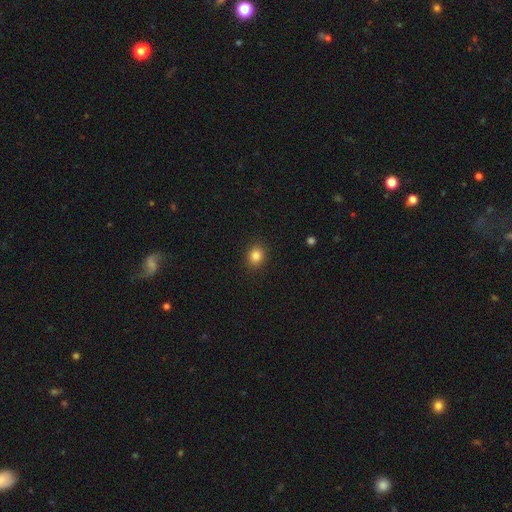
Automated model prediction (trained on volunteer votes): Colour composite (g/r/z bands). It shows a smooth galaxy with no disk features (84%) that is round (67%). Merging: none (90%).